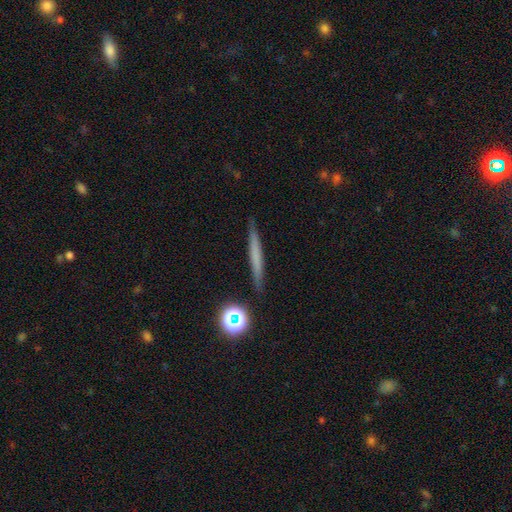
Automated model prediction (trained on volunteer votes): Smooth or featured? smooth (54%)
How rounded? cigar-shaped (94%)
Merging? none (89%)